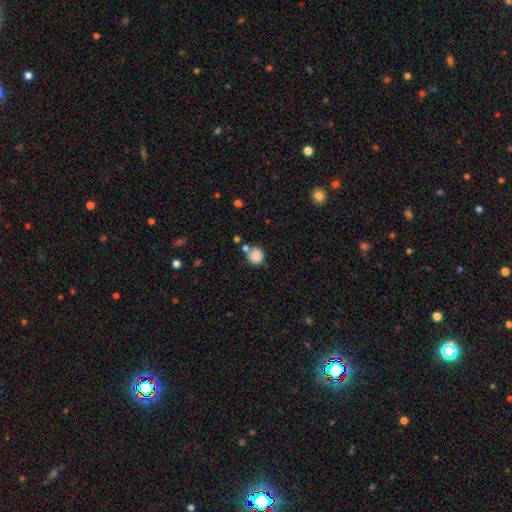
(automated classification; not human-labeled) Smooth or featured?
  - smooth: 86% *
  - star or artifact: 10%
  - featured or disk: 4%
How rounded?
  - round: 89% *
  - in between: 11%
  - cigar-shaped: 1%
Merging?
  - none: 64% *
  - merger: 19%
  - minor disturbance: 13%
  - major disturbance: 4%